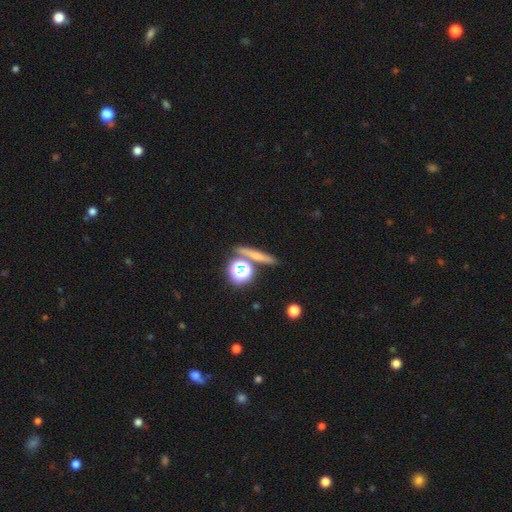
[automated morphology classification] smooth 52%, featured or disk 26%, star or artifact 22%. Down the decision tree: how rounded — cigar-shaped (60%); merging — none (78%).